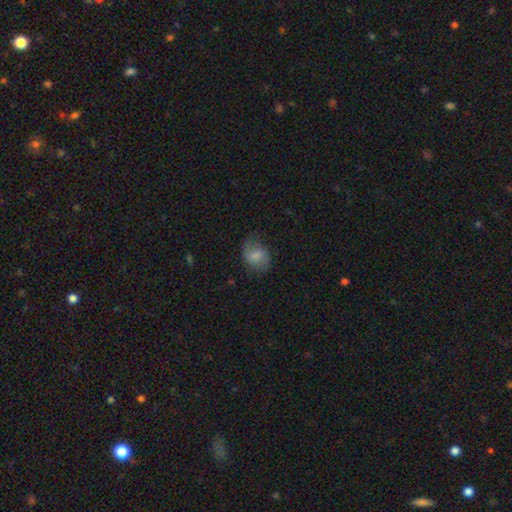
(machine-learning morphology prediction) Smooth or featured? Predicted: smooth (p=0.62). How rounded? Predicted: in between (p=0.65). Merging? Predicted: none (p=0.61).